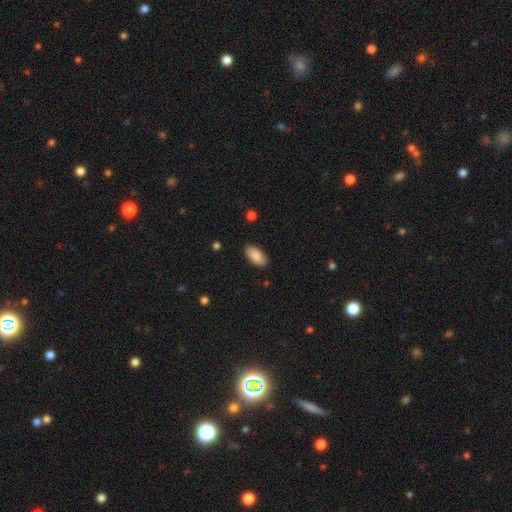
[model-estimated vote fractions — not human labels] The model was most divided on "merging": none: 88%, minor disturbance: 9%, major disturbance: 2%, merger: 1%. More confident: how rounded — in between (94%); smooth or featured — smooth (88%).